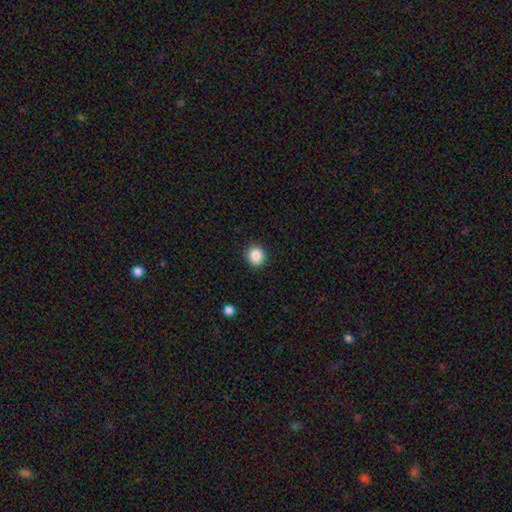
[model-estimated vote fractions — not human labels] The model was most divided on "smooth or featured": smooth: 87%, star or artifact: 10%, featured or disk: 4%. More confident: merging — none (91%); how rounded — round (90%).